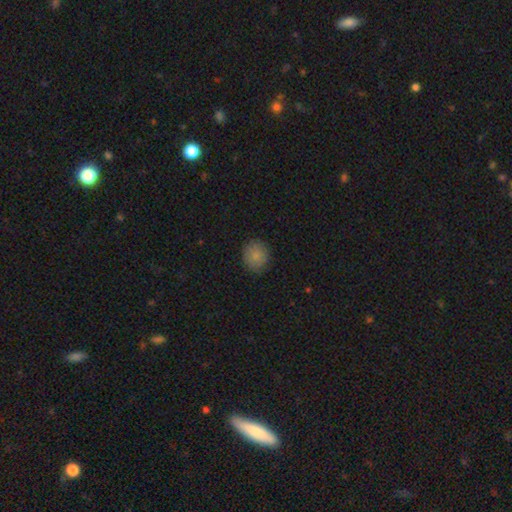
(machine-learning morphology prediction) Q: Smooth or featured?
A: smooth (85%); runner-up: star or artifact (10%)
Q: How rounded?
A: round (83%); runner-up: in between (16%)
Q: Merging?
A: none (86%); runner-up: minor disturbance (11%)